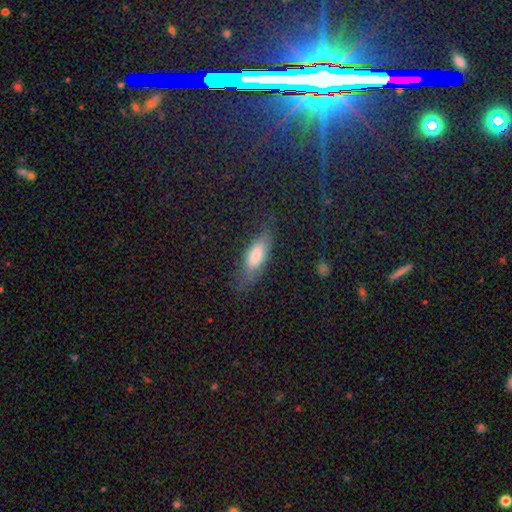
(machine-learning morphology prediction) The model was most divided on "how rounded": in between: 70%, cigar-shaped: 28%, round: 2%. More confident: smooth or featured — smooth (75%); merging — none (70%).